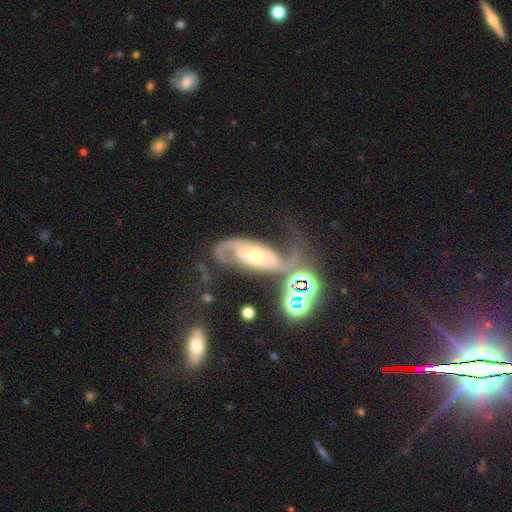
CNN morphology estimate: Smooth or featured? featured or disk (81%)
Edge-on disk? no (94%)
Bar? no (57%)
Spiral arms? yes (93%)
Spiral winding? medium (43%)
Spiral arm count? 2 (80%)
Bulge size? moderate (67%)
Merging? none (44%)